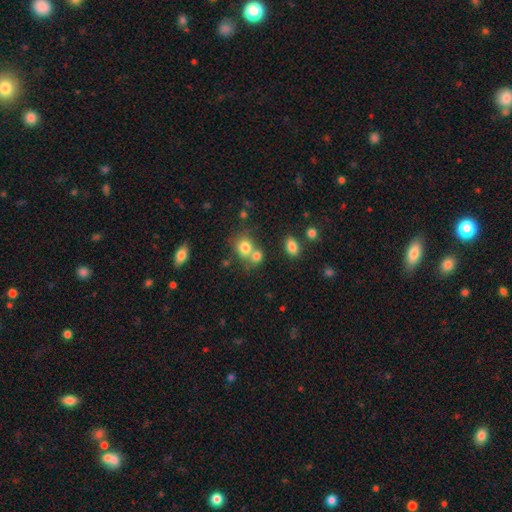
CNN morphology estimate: smooth 77%, star or artifact 12%, featured or disk 11%. Down the decision tree: how rounded — round (66%); merging — merger (45%).